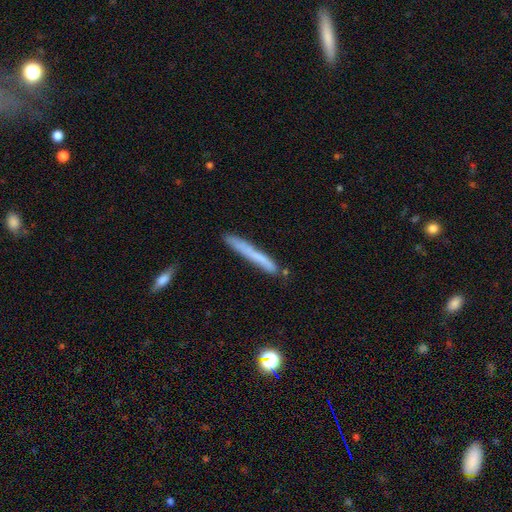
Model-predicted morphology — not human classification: The model was most divided on "smooth or featured": smooth: 61%, featured or disk: 31%, star or artifact: 8%. More confident: how rounded — cigar-shaped (96%); merging — none (79%).